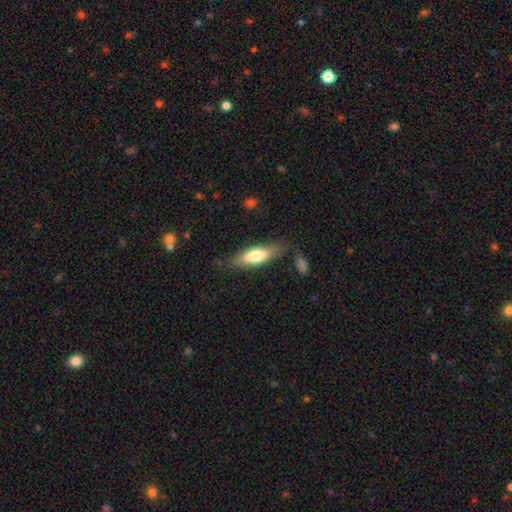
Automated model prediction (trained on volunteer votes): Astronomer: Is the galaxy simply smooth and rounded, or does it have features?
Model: smooth — 67%.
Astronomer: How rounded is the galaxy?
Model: in between — 51% (runner-up: cigar-shaped, 47%).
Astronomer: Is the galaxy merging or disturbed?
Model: none — 75%.